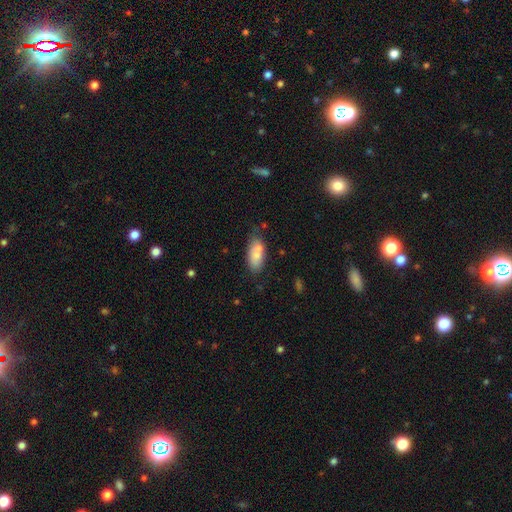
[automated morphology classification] smooth-or-featured: smooth: 75% | featured or disk: 17% | star or artifact: 8%
  how-rounded: in between: 86% | cigar-shaped: 10% | round: 4%
  merging: none: 57% | merger: 21% | minor disturbance: 18% | major disturbance: 5%